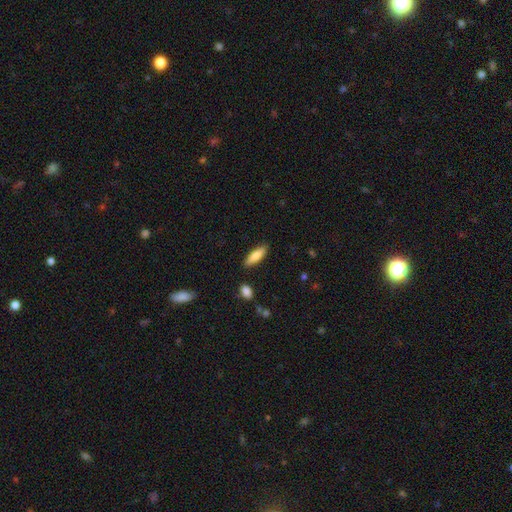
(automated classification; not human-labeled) smooth 79%, featured or disk 15%, star or artifact 6%. Down the decision tree: how rounded — cigar-shaped (53%); merging — none (86%).